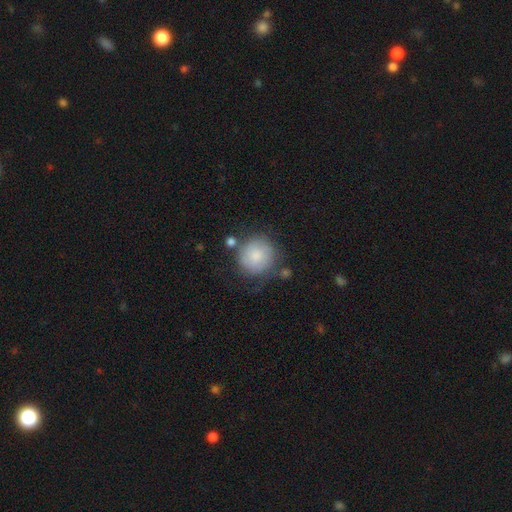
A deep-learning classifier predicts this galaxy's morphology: Overall: smooth (77%). How rounded: round (92%). Merging: none (62%).